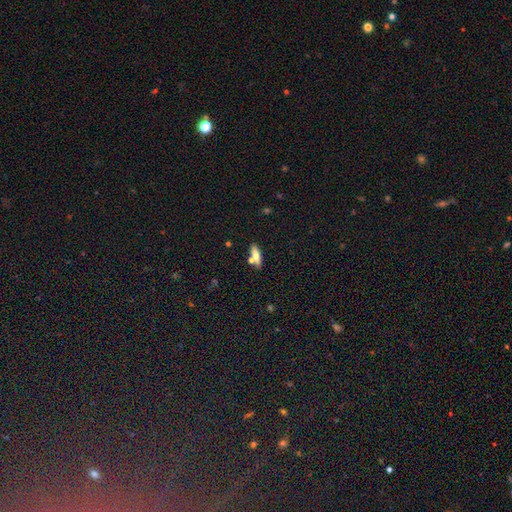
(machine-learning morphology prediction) Smooth or featured? Predicted: smooth (p=0.67). How rounded? Predicted: cigar-shaped (p=0.48, tied with in between). Merging? Predicted: none (p=0.70).